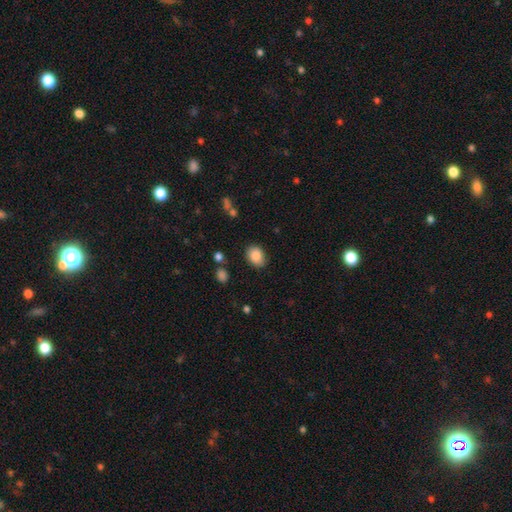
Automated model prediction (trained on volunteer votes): Smooth or featured? Predicted: smooth (p=0.86). How rounded? Predicted: in between (p=0.63). Merging? Predicted: none (p=0.83).